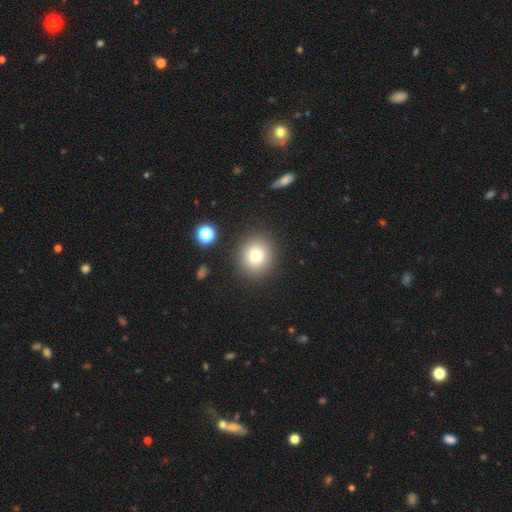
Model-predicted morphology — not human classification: Smooth or featured: smooth — 76% (star or artifact — 14%)
How rounded: round — 79% (in between — 20%)
Merging: none — 88% (minor disturbance — 7%)